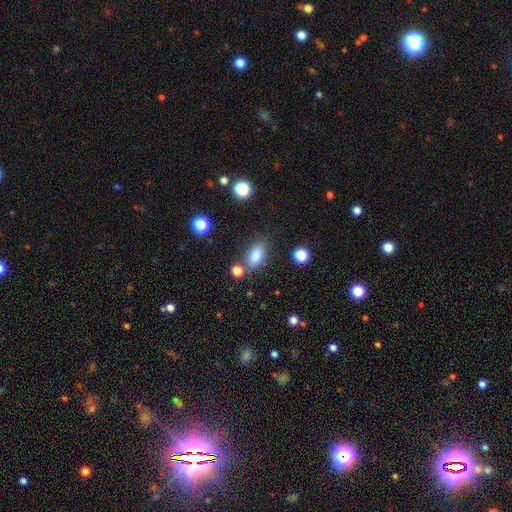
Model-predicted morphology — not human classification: Smooth or featured: smooth — 83% (star or artifact — 9%)
How rounded: in between — 84% (cigar-shaped — 10%)
Merging: none — 74% (minor disturbance — 13%)